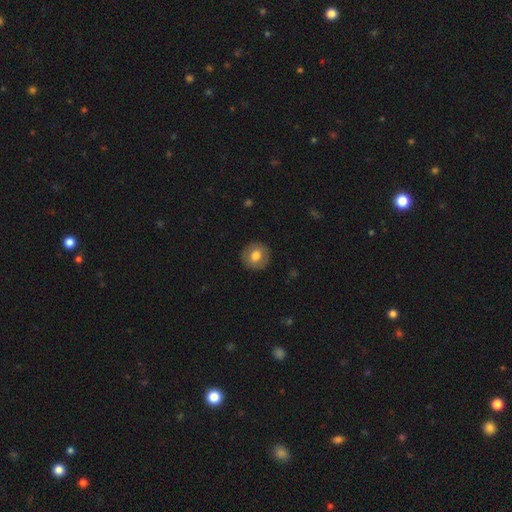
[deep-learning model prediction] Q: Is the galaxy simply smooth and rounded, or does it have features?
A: smooth — 71%.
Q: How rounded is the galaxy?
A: round — 90%.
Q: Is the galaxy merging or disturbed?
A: none — 89%.